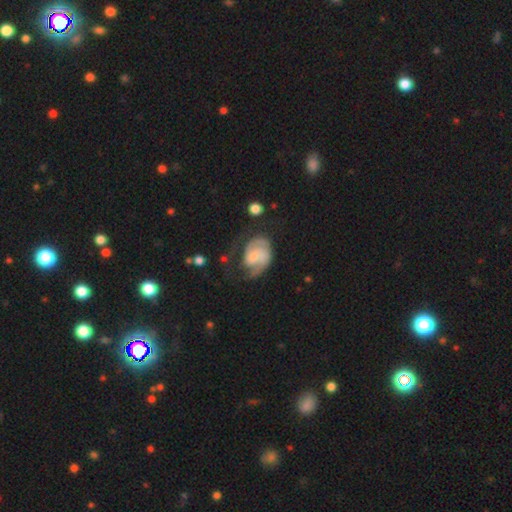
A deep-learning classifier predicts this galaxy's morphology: featured or disk 75%, smooth 19%, star or artifact 6%. Down the decision tree: edge-on disk — no (98%); bar — no (62%); spiral arms — yes (92%); spiral arm count — 2 (45%); spiral winding — tight (44%); bulge size — small (43%); merging — none (43%).